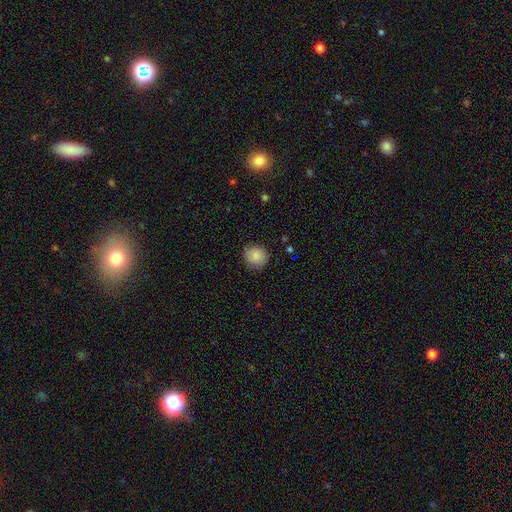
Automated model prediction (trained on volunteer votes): A smooth galaxy with no disk features (82%) that is round (82%).

Vote fractions:
- Smooth or featured? smooth: 82% / featured or disk: 10% / star or artifact: 8%
- How rounded? round: 82% / in between: 17% / cigar-shaped: 1%
- Merging? none: 83% / minor disturbance: 13% / major disturbance: 3% / merger: 1%